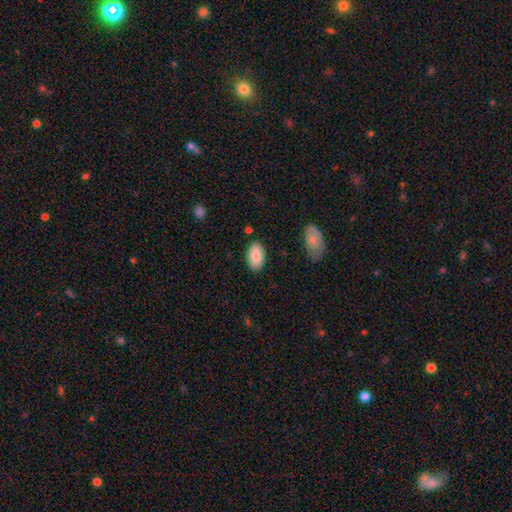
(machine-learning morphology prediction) Overall: smooth (87%). How rounded: in between (95%). Merging: none (85%).